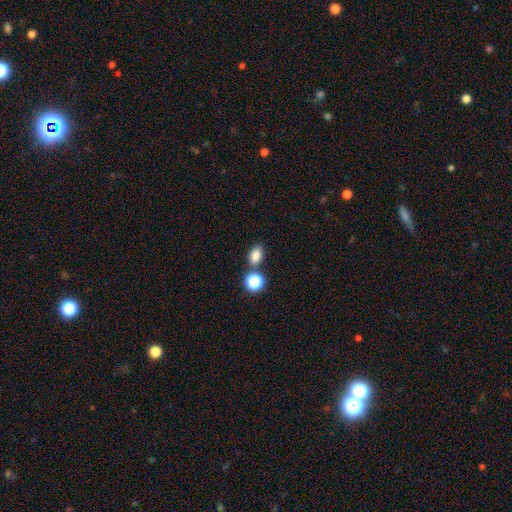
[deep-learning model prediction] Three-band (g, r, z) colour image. It shows a smooth galaxy with no disk features (81%) that is in between round and cigar-shaped (72%). Merging: none (72%).